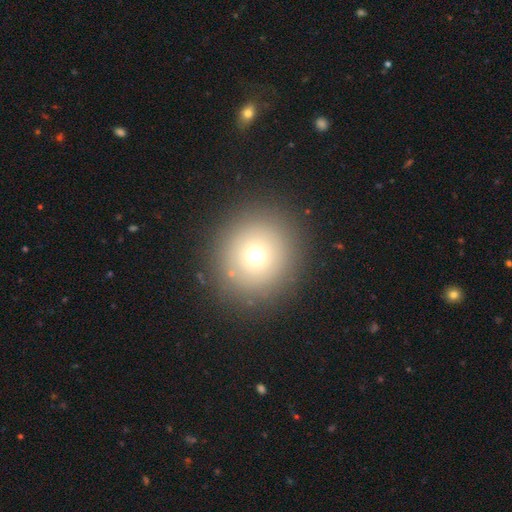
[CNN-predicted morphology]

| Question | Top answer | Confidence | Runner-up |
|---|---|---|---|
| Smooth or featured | smooth | 69% | star or artifact (17%) |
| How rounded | round | 91% | in between (8%) |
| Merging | none | 88% | minor disturbance (7%) |